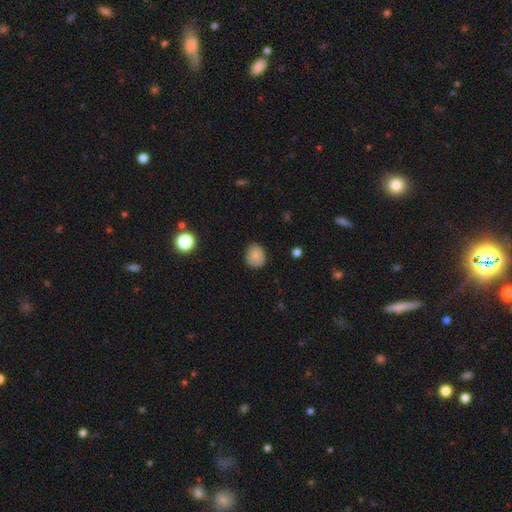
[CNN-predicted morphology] smooth-or-featured: smooth: 82% | star or artifact: 9% | featured or disk: 9%
  how-rounded: round: 66% | in between: 33% | cigar-shaped: 1%
  merging: none: 75% | minor disturbance: 20% | major disturbance: 3% | merger: 1%